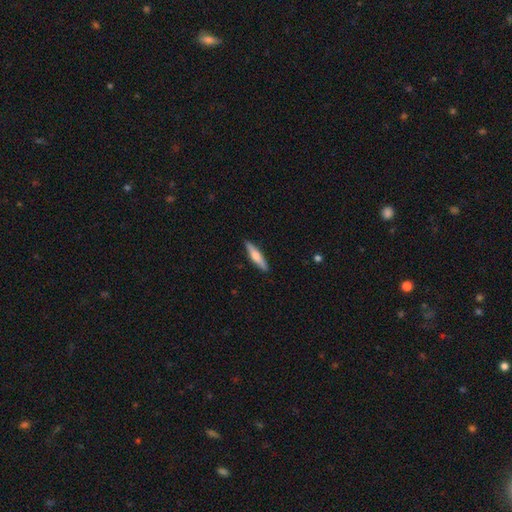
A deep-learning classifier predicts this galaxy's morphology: Q: Smooth or featured?
A: smooth (56%); runner-up: featured or disk (39%)
Q: How rounded?
A: cigar-shaped (81%); runner-up: in between (17%)
Q: Merging?
A: none (89%); runner-up: minor disturbance (8%)